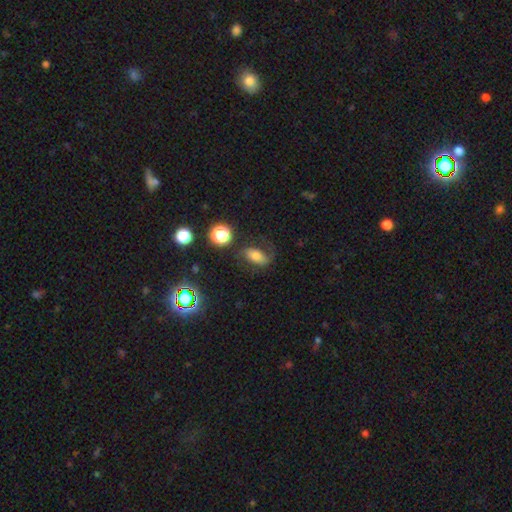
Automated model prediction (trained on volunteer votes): This is possibly a smooth galaxy (50%). Merging: possibly none (56%).